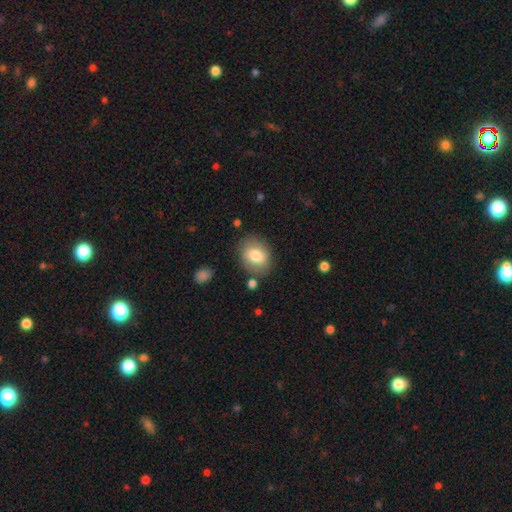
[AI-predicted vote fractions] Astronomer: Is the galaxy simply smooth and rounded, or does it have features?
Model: smooth — 77%.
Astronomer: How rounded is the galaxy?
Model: in between — 61% (runner-up: round, 38%).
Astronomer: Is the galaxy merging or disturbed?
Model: none — 80%.